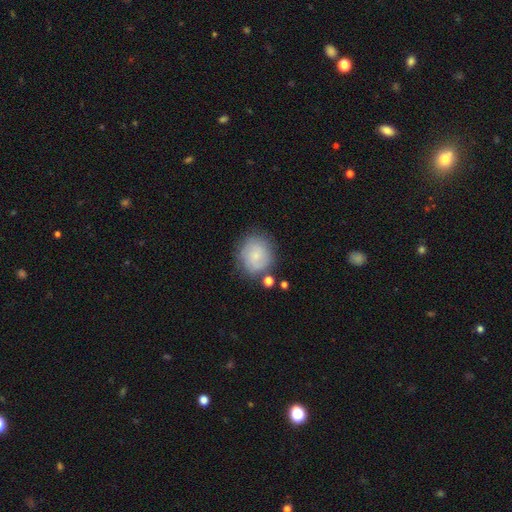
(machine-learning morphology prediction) smooth_or_featured: smooth (p=0.55) [alt: featured or disk p=0.37]
how_rounded: round (p=0.81) [alt: in between p=0.18]
merging: none (p=0.74) [alt: minor disturbance p=0.16]